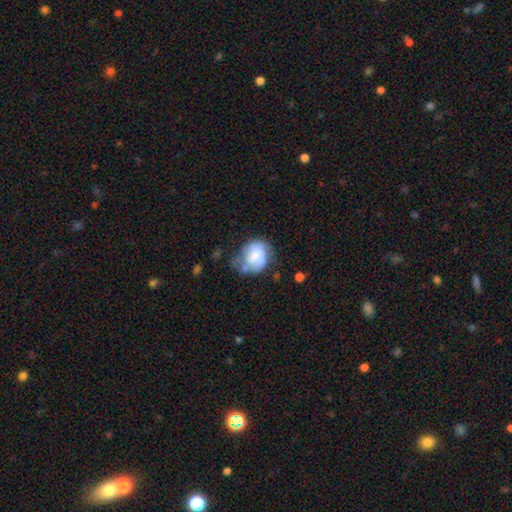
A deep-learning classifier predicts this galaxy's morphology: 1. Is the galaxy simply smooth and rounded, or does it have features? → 49% smooth, 43% featured or disk, 8% star or artifact.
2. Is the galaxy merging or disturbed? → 38% none, 32% minor disturbance, 22% major disturbance, 8% merger.